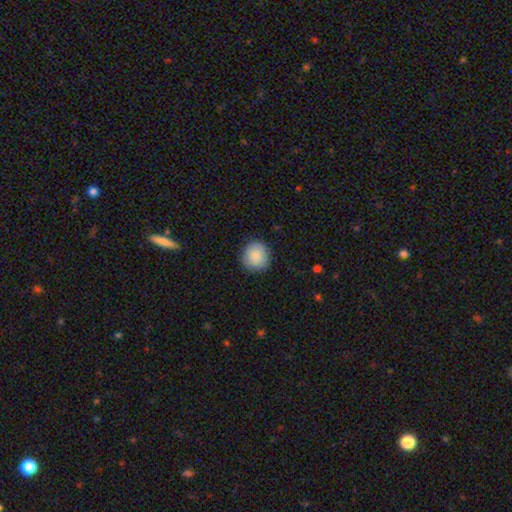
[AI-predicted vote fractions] smooth_or_featured: smooth (p=0.89) [alt: star or artifact p=0.07]
how_rounded: round (p=0.92) [alt: in between p=0.07]
merging: none (p=0.90) [alt: minor disturbance p=0.07]